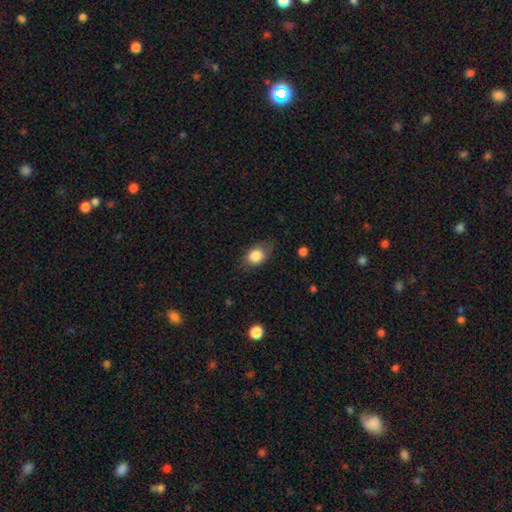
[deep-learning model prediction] Q: Smooth or featured?
A: smooth (82%); runner-up: featured or disk (10%)
Q: How rounded?
A: in between (66%); runner-up: round (32%)
Q: Merging?
A: none (71%); runner-up: minor disturbance (21%)